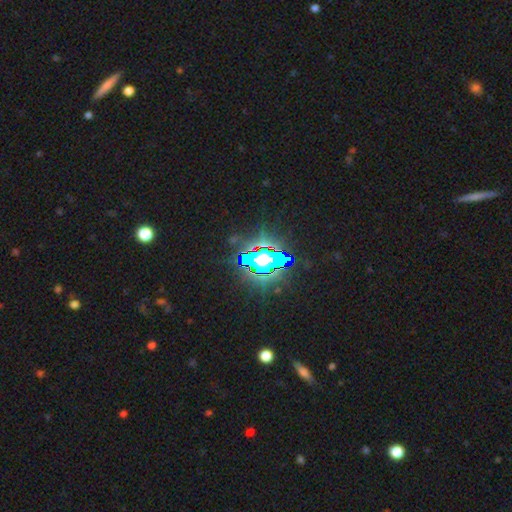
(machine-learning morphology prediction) This appears to be a star or artifact, not a galaxy (72%).